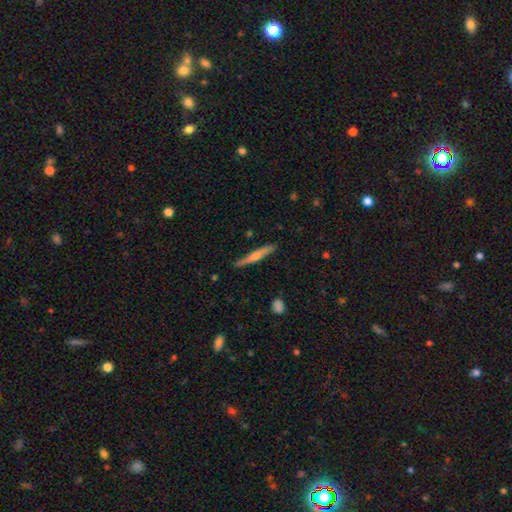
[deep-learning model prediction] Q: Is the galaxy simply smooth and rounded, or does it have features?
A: featured or disk — 53%.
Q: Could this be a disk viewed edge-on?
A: yes — 96%.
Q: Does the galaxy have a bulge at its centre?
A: rounded — 67%.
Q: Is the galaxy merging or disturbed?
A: none — 88%.